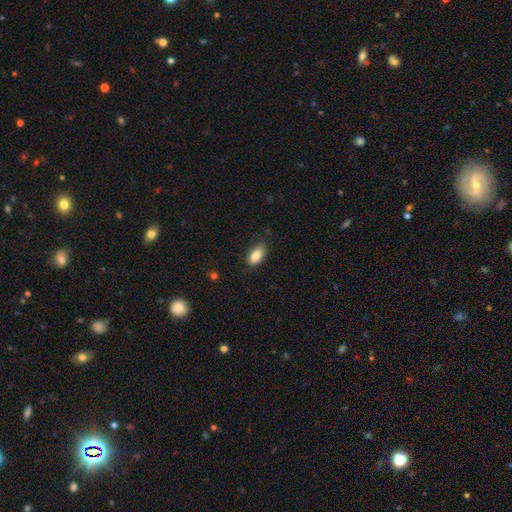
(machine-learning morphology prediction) A smooth galaxy with no disk features (86%) that is in between round and cigar-shaped (91%). Merging: none (77%).